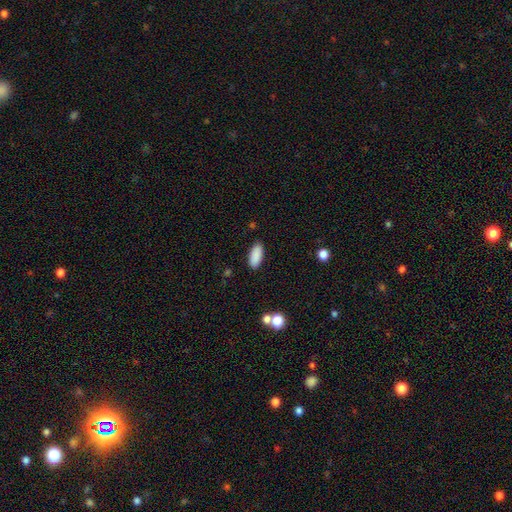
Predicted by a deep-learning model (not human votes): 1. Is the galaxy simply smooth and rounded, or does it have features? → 89% smooth, 7% star or artifact, 4% featured or disk.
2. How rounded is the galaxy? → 84% in between, 14% cigar-shaped, 2% round.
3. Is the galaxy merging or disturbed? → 89% none, 7% minor disturbance, 2% major disturbance, 1% merger.